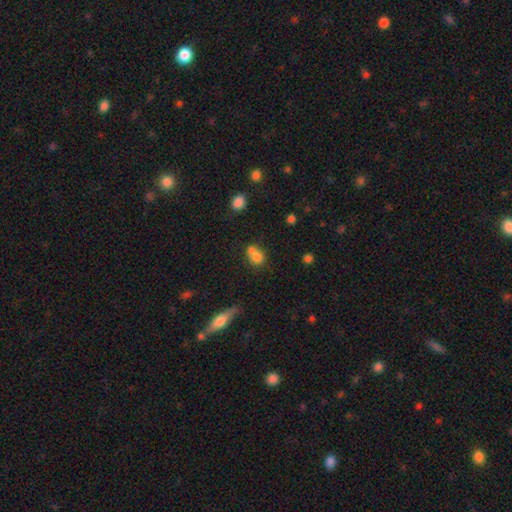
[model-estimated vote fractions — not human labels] Smooth or featured: smooth — 74% (featured or disk — 14%)
How rounded: round — 67% (in between — 31%)
Merging: merger — 55% (none — 32%)